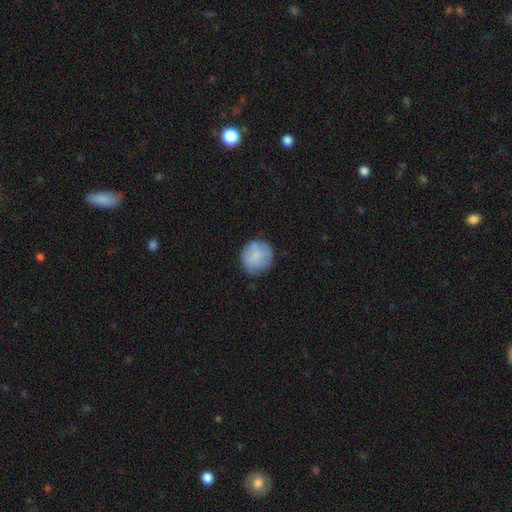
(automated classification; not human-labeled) Smooth or featured? Predicted: smooth (p=0.83). How rounded? Predicted: round (p=0.88). Merging? Predicted: none (p=0.75).